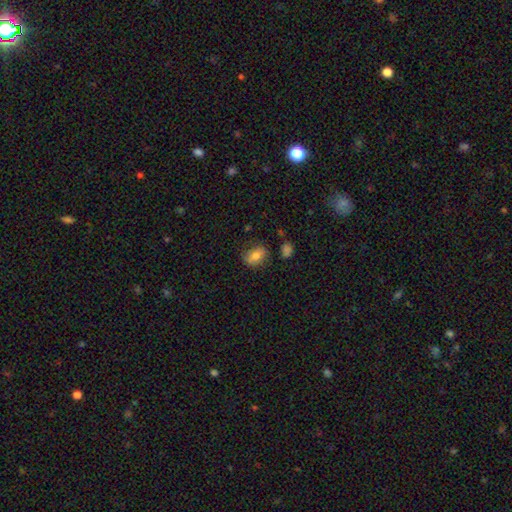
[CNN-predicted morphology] This appears to be a smooth galaxy with no disk features (78%) that is in between round and cigar-shaped (78%). Merging: none (73%).